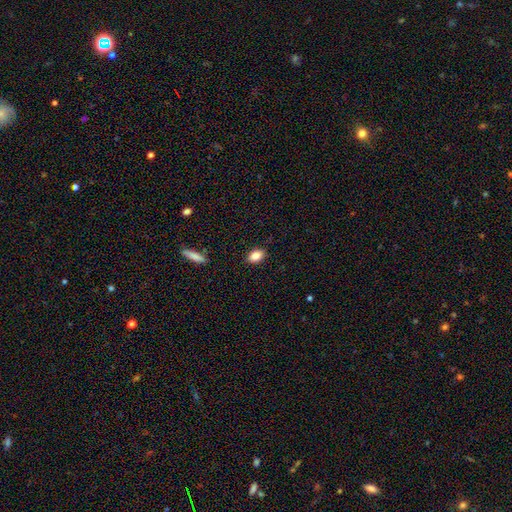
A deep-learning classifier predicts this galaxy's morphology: smooth 85%, star or artifact 8%, featured or disk 6%. Down the decision tree: how rounded — in between (84%); merging — none (87%).